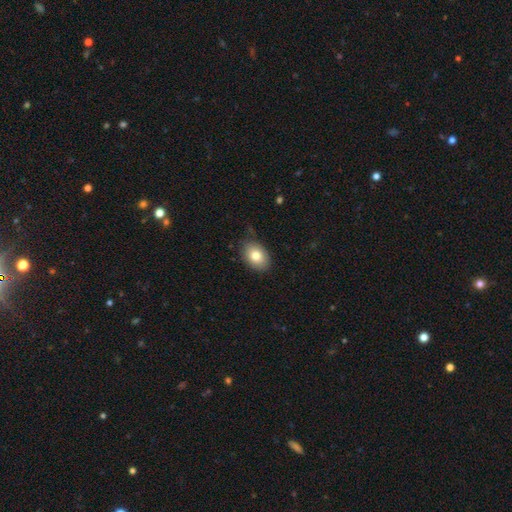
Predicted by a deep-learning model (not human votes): smooth-or-featured: smooth: 79% | featured or disk: 13% | star or artifact: 8%
  how-rounded: in between: 79% | round: 20% | cigar-shaped: 1%
  merging: none: 81% | minor disturbance: 15% | major disturbance: 3% | merger: 1%